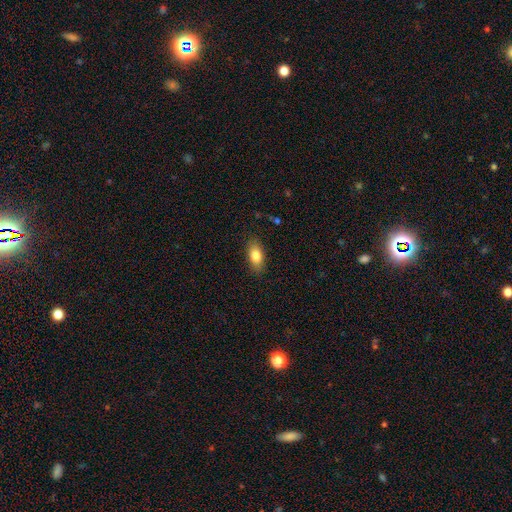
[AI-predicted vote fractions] This appears to be a smooth galaxy with no disk features (83%) that is in between round and cigar-shaped (87%). Merging: none (85%).